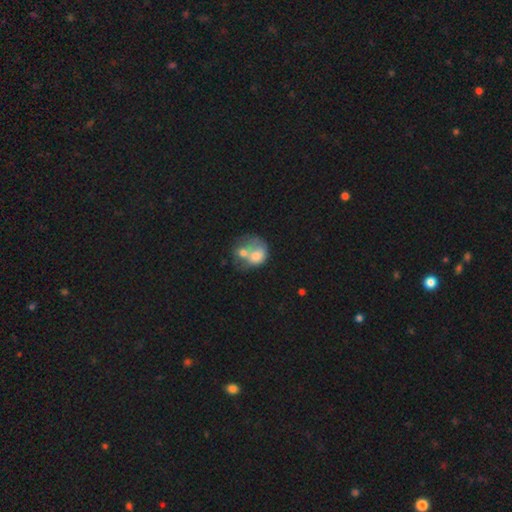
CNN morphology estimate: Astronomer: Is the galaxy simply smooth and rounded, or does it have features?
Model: smooth — 61%.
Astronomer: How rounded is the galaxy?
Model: round — 50% (runner-up: in between, 49%).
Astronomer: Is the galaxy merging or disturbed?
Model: merger — 63%.